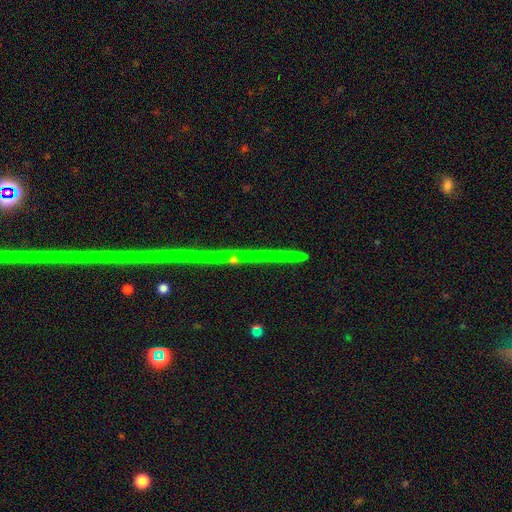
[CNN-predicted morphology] Smooth or featured: star or artifact — 77% (featured or disk — 15%)